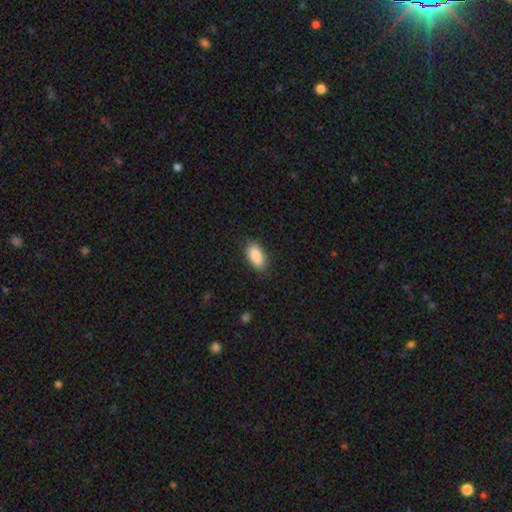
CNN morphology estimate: Smooth or featured? Predicted: smooth (p=0.90). How rounded? Predicted: in between (p=0.93). Merging? Predicted: none (p=0.84).